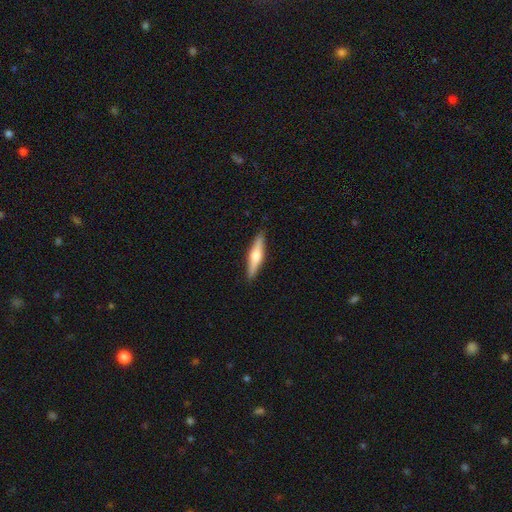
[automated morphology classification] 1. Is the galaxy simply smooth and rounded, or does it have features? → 48% featured or disk, 46% smooth, 5% star or artifact.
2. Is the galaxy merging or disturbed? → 90% none, 7% minor disturbance, 2% major disturbance, 1% merger.